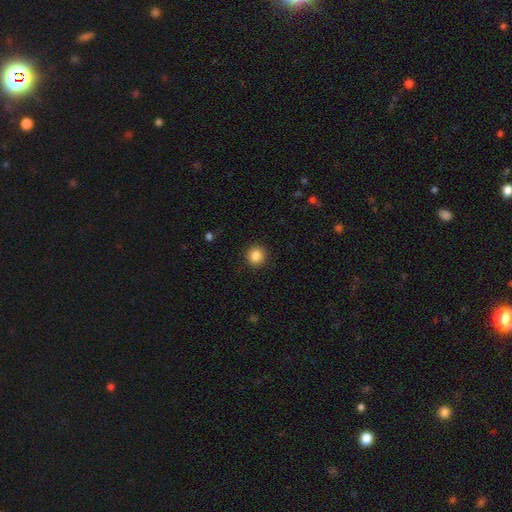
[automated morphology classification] smooth_or_featured: smooth (p=0.86) [alt: star or artifact p=0.10]
how_rounded: round (p=0.94) [alt: in between p=0.05]
merging: none (p=0.92) [alt: minor disturbance p=0.05]